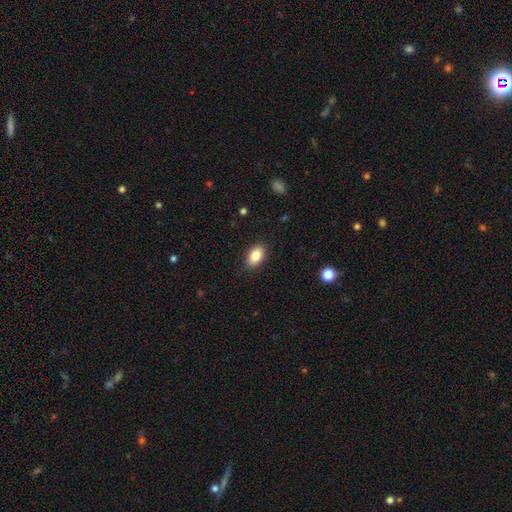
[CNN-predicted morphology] This appears to be a smooth galaxy with no disk features (85%) that is in between round and cigar-shaped (89%). Merging: none (88%).